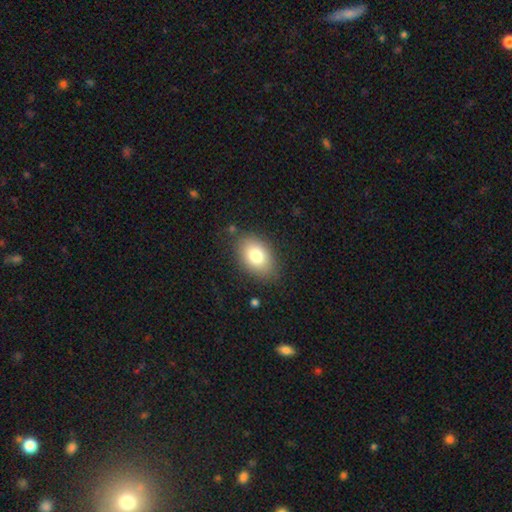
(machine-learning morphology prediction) smooth 80%, featured or disk 12%, star or artifact 8%. Down the decision tree: how rounded — in between (87%); merging — none (82%).